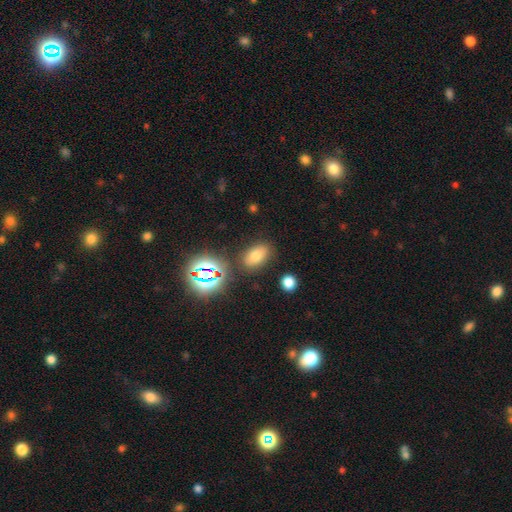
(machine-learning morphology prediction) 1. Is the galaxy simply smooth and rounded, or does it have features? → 67% smooth, 20% star or artifact, 12% featured or disk.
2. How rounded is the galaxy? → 86% in between, 11% round, 3% cigar-shaped.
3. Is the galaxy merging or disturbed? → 82% none, 10% minor disturbance, 4% merger, 4% major disturbance.